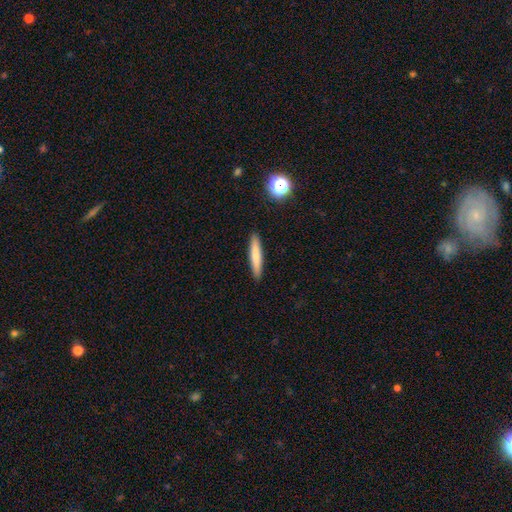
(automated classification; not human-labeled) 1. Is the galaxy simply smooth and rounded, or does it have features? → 74% smooth, 19% featured or disk, 7% star or artifact.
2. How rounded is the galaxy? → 92% cigar-shaped, 6% in between, 1% round.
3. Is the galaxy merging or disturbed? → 91% none, 6% minor disturbance, 1% major disturbance, 1% merger.